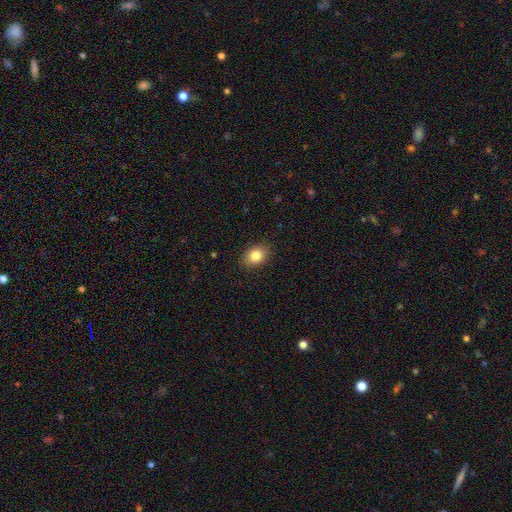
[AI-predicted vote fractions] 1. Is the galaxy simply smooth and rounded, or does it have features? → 84% smooth, 9% star or artifact, 7% featured or disk.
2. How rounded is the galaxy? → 69% in between, 30% round, 1% cigar-shaped.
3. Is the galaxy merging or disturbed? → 87% none, 10% minor disturbance, 2% major disturbance, 1% merger.